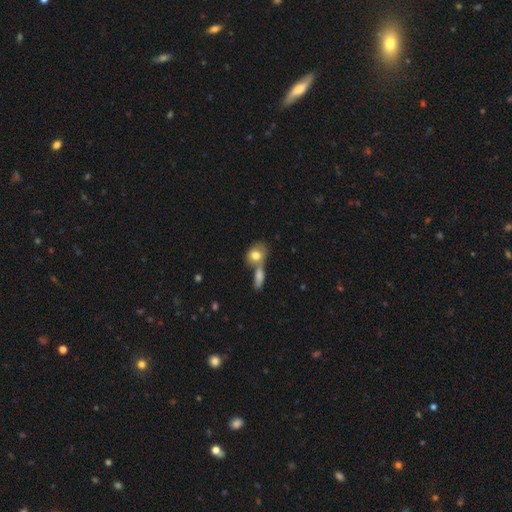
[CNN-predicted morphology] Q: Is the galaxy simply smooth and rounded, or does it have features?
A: smooth — 77%.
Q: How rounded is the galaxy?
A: in between — 60%.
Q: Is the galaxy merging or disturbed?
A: merger — 51%.